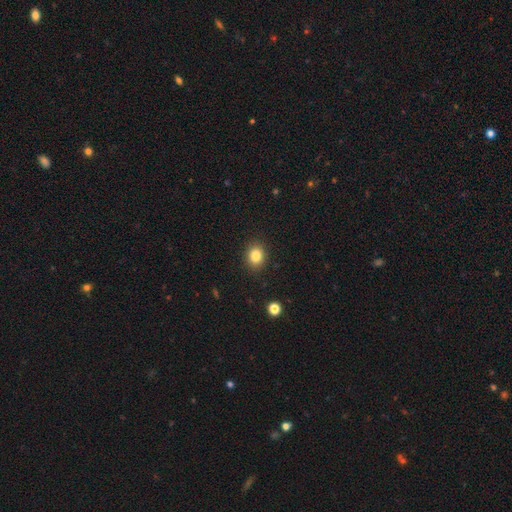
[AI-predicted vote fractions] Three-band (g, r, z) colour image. It shows a smooth galaxy with no disk features (84%) that is round (56%). Merging: none (89%).